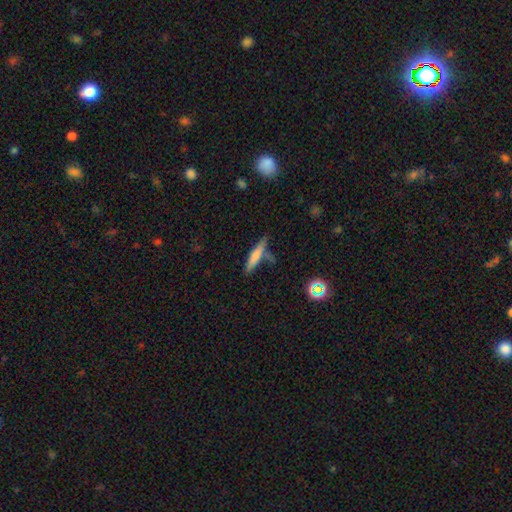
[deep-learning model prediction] The model was most divided on "smooth or featured": smooth: 66%, featured or disk: 25%, star or artifact: 8%. More confident: how rounded — cigar-shaped (86%); merging — none (64%).